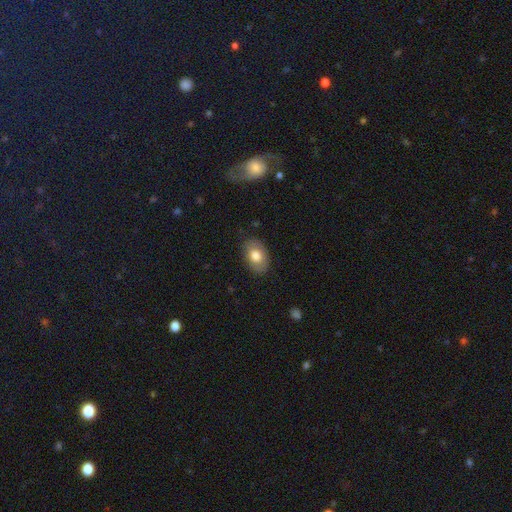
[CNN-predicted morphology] This appears to be a smooth galaxy with no disk features (77%) that is in between round and cigar-shaped (87%). Merging: none (84%).